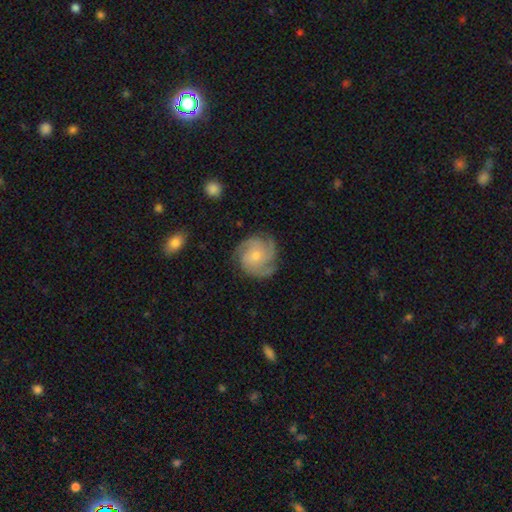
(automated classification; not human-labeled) A featured or disk galaxy (79%) with no bar (77%), 3 (43%) tight (55%) spiral arms (96%) and a small central bulge (65%). Merging: none (77%).